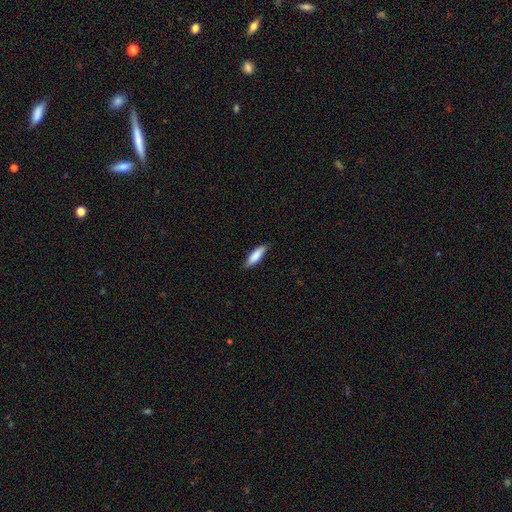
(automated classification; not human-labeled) A smooth galaxy with no disk features (84%) that is cigar-shaped (58%).

Vote fractions:
- Smooth or featured? smooth: 84% / featured or disk: 11% / star or artifact: 5%
- How rounded? cigar-shaped: 58% / in between: 40% / round: 1%
- Merging? none: 84% / minor disturbance: 13% / major disturbance: 2% / merger: 1%